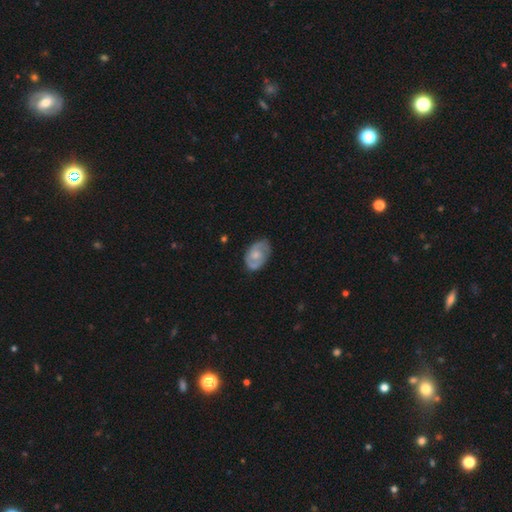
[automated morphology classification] Smooth or featured?
  - featured or disk: 62% *
  - smooth: 33%
  - star or artifact: 5%
Edge-on disk?
  - no: 96% *
  - yes: 4%
Bar?
  - no: 63% *
  - weak: 32%
  - strong: 5%
Spiral arms?
  - yes: 79% *
  - no: 21%
Bulge size?
  - moderate: 46% *
  - small: 35%
  - none: 11%
  - large: 7%
  - dominant: 1%
Merging?
  - none: 70% *
  - minor disturbance: 22%
  - major disturbance: 6%
  - merger: 1%